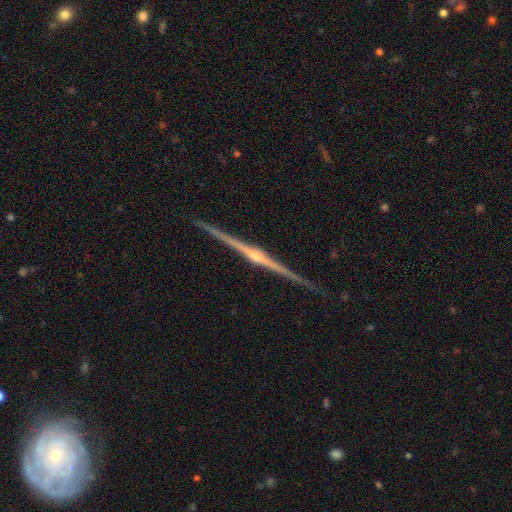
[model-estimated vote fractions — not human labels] This is clearly a featured or disk galaxy (91%). It is clearly viewed edge-on (99%). Edge-on bulge: clearly rounded (88%). Merging: clearly none (92%).